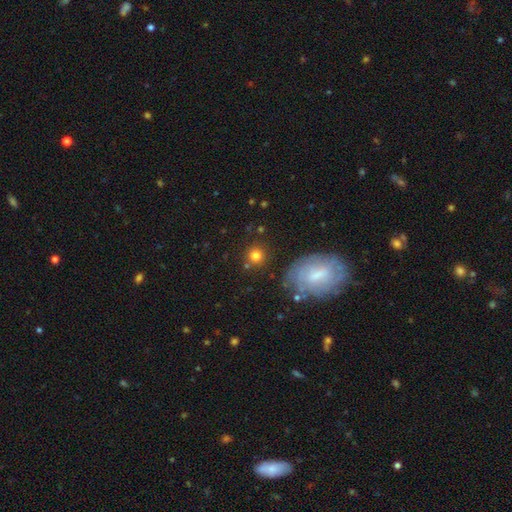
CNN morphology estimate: Smooth or featured? smooth (78%)
How rounded? round (91%)
Merging? none (82%)